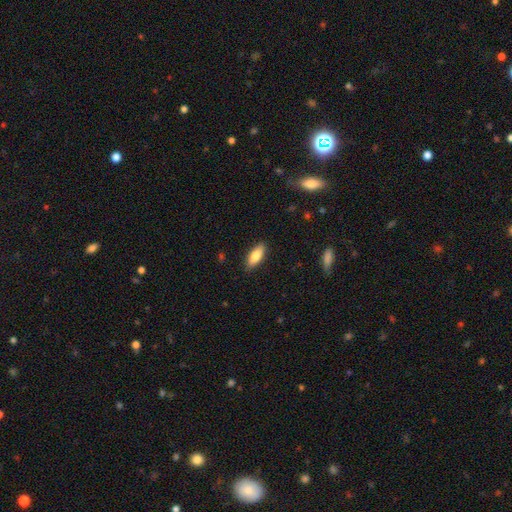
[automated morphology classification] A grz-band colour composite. It shows a smooth galaxy with no disk features (81%) that is in between round and cigar-shaped (75%). Merging: none (87%).